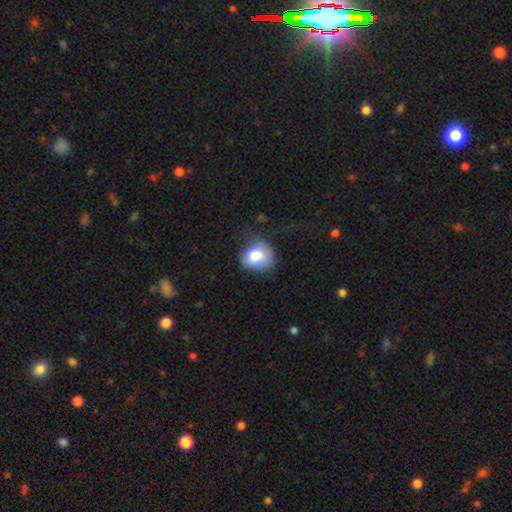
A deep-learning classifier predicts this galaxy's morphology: Overall: smooth (79%). How rounded: round (56%; in between 43%). Merging: none (45%; minor disturbance 33%).